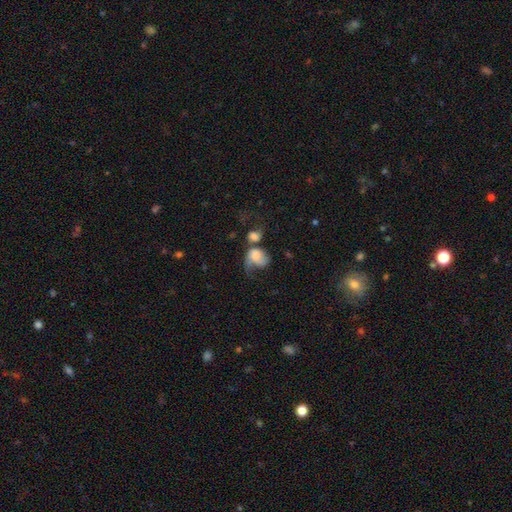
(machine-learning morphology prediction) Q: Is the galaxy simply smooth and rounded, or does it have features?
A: smooth — 59%.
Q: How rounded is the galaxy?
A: in between — 54%.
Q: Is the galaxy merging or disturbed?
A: merger — 38%.